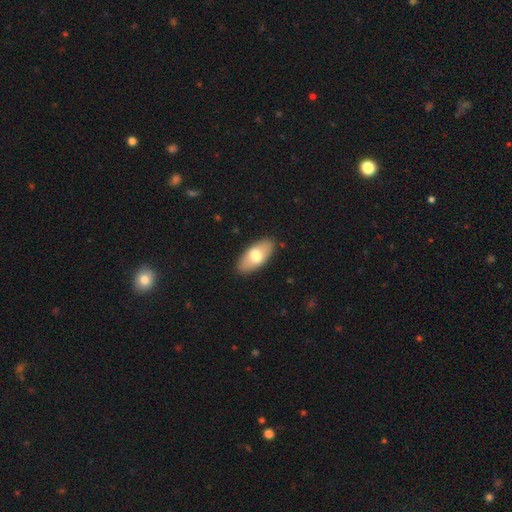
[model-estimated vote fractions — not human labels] A smooth galaxy with no disk features (67%) that is in between round and cigar-shaped (90%). Merging: none (88%).